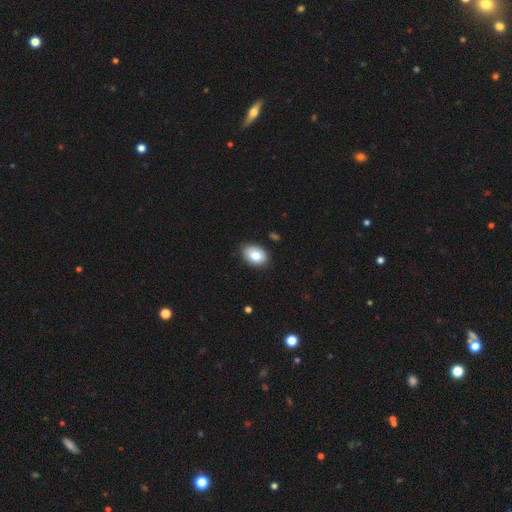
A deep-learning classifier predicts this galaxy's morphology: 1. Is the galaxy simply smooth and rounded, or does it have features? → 83% smooth, 10% featured or disk, 7% star or artifact.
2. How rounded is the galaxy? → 82% in between, 17% round, 1% cigar-shaped.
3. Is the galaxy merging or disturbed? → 85% none, 11% minor disturbance, 2% major disturbance, 1% merger.